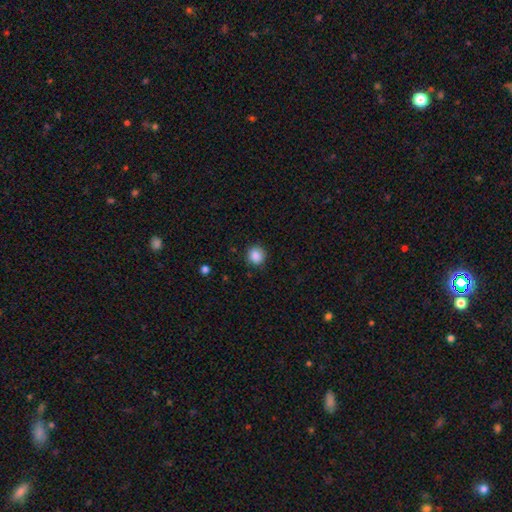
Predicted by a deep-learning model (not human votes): Morphology: type=smooth (87%); roundness=round (89%); merging=none (88%).